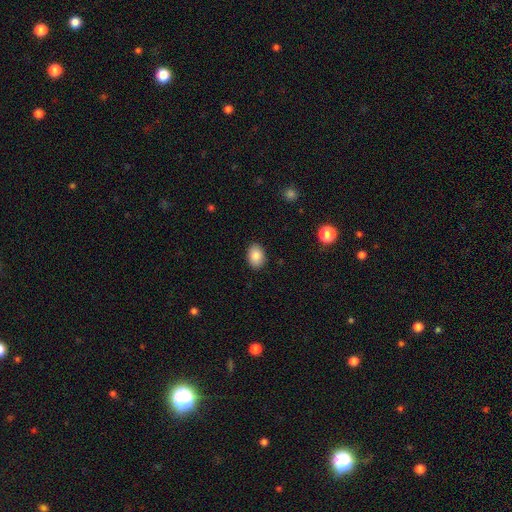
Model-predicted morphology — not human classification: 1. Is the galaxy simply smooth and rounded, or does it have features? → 86% smooth, 8% star or artifact, 7% featured or disk.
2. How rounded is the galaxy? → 79% in between, 20% round, 1% cigar-shaped.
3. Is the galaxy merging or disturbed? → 89% none, 8% minor disturbance, 2% major disturbance, 1% merger.